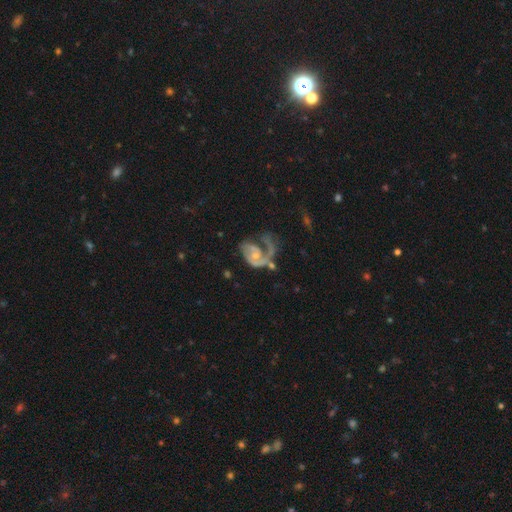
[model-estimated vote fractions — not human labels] Smooth or featured? featured or disk (82%)
Edge-on disk? no (98%)
Bar? no (68%)
Spiral arms? yes (88%)
Spiral winding? medium (41%)
Spiral arm count? 1 (59%)
Bulge size? small (55%)
Merging? major disturbance (44%)